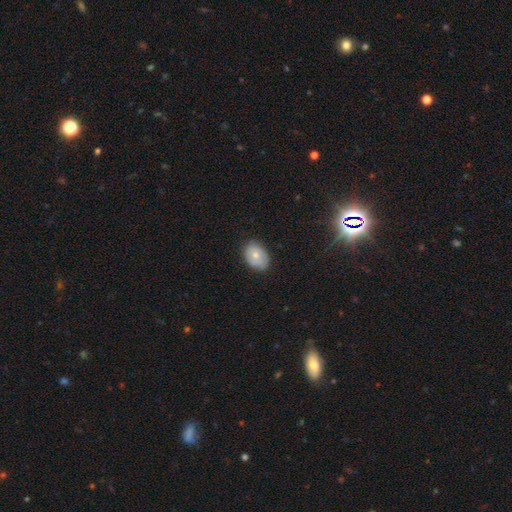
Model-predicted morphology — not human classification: A smooth galaxy with no disk features (74%) that is in between round and cigar-shaped (77%). Merging: none (79%).